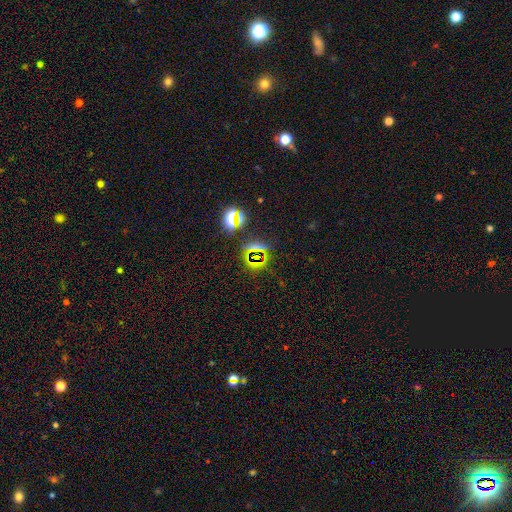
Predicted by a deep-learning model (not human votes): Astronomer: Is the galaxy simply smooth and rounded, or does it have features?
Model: star or artifact — 73%.